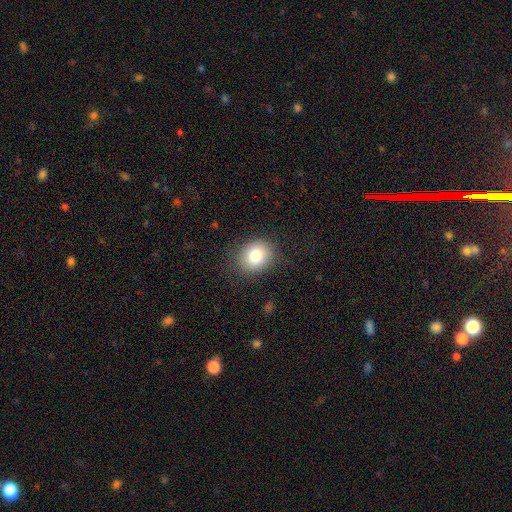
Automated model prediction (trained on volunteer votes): Overall: smooth (80%). How rounded: round (65%; in between 35%). Merging: none (84%).